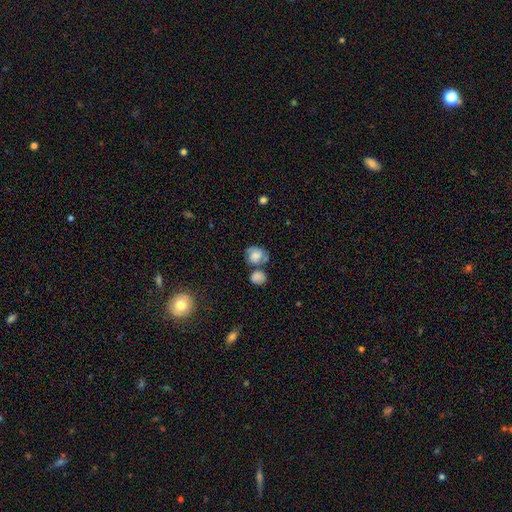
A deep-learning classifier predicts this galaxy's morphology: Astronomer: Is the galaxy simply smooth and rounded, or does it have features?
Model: smooth — 66%.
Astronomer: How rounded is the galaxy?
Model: round — 60% (runner-up: in between, 39%).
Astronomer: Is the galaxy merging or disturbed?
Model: none — 46% (runner-up: merger, 27%).